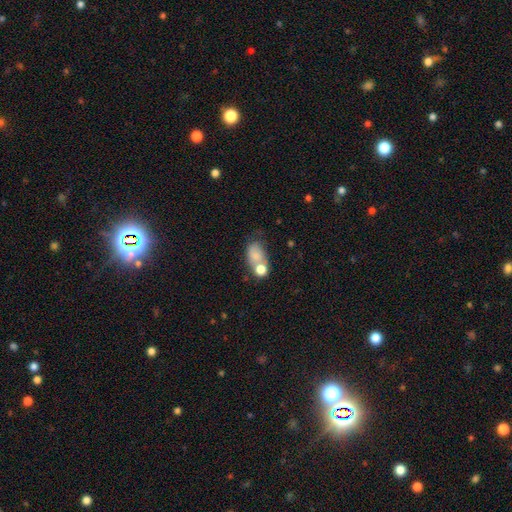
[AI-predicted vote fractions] Q: Smooth or featured?
A: smooth (72%); runner-up: featured or disk (17%)
Q: How rounded?
A: in between (78%); runner-up: round (20%)
Q: Merging?
A: merger (38%); runner-up: none (34%)